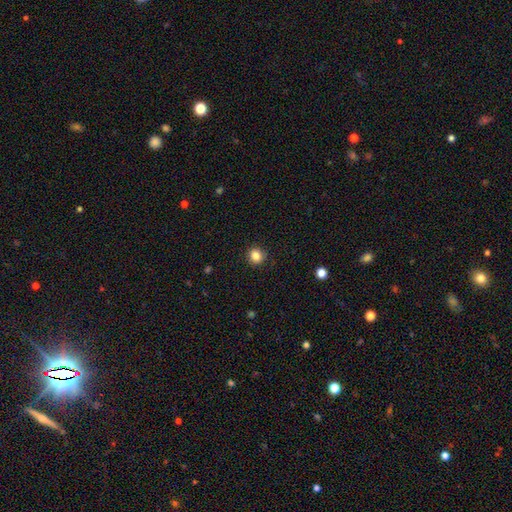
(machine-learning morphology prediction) Smooth or featured? smooth (85%)
How rounded? round (84%)
Merging? none (90%)